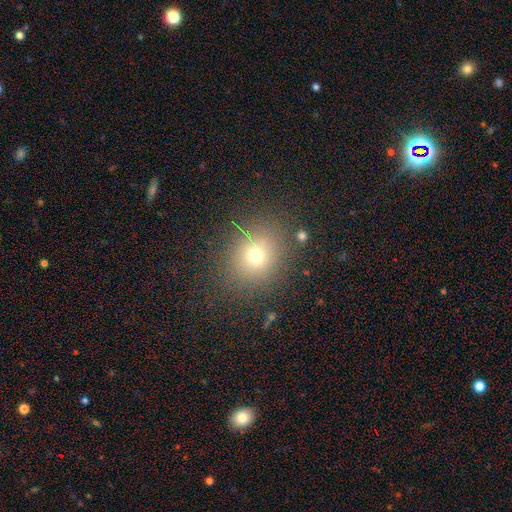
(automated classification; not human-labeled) smooth-or-featured: smooth: 68% | star or artifact: 21% | featured or disk: 11%
  how-rounded: round: 75% | in between: 24% | cigar-shaped: 1%
  merging: none: 83% | minor disturbance: 10% | major disturbance: 4% | merger: 3%